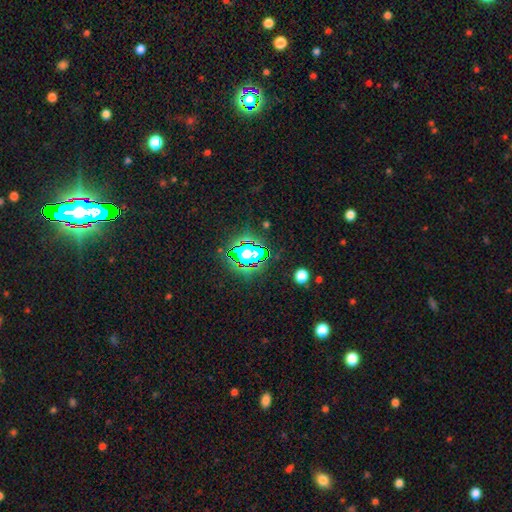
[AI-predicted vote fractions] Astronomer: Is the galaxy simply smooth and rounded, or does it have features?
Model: star or artifact — 75%.